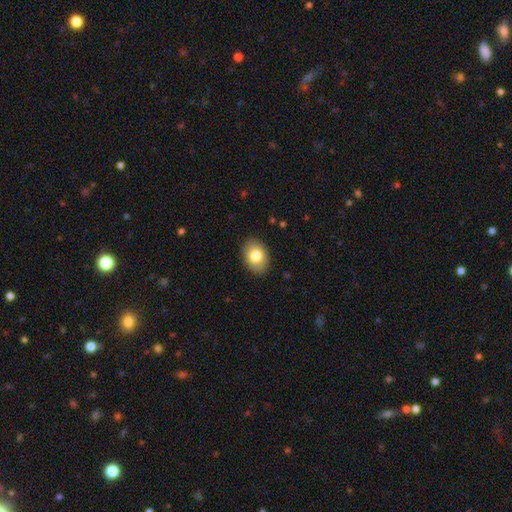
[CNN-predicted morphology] Smooth or featured?
  - smooth: 81% *
  - featured or disk: 12%
  - star or artifact: 8%
How rounded?
  - in between: 79% *
  - round: 20%
  - cigar-shaped: 1%
Merging?
  - none: 88% *
  - minor disturbance: 9%
  - major disturbance: 2%
  - merger: 1%